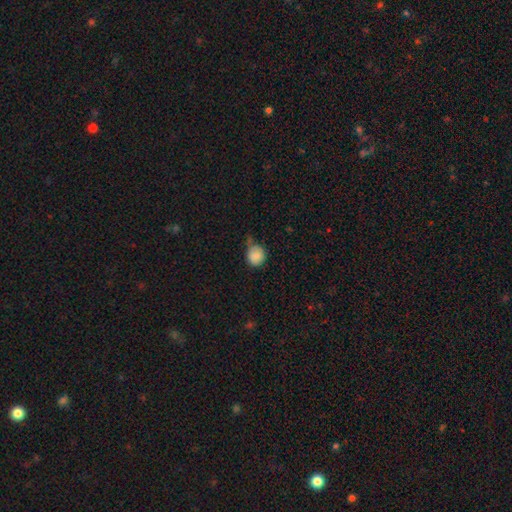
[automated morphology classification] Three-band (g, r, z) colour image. It shows a smooth galaxy with no disk features (87%) that is round (81%). Merging: none (51%).